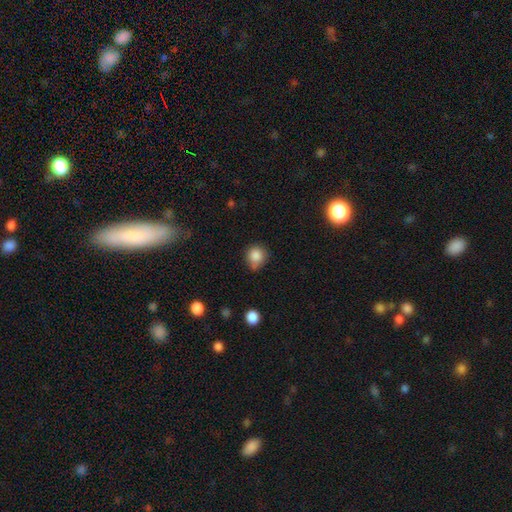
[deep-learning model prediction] The model was most divided on "merging": none: 64%, minor disturbance: 27%, major disturbance: 5%, merger: 5%. More confident: how rounded — round (86%); smooth or featured — smooth (85%).